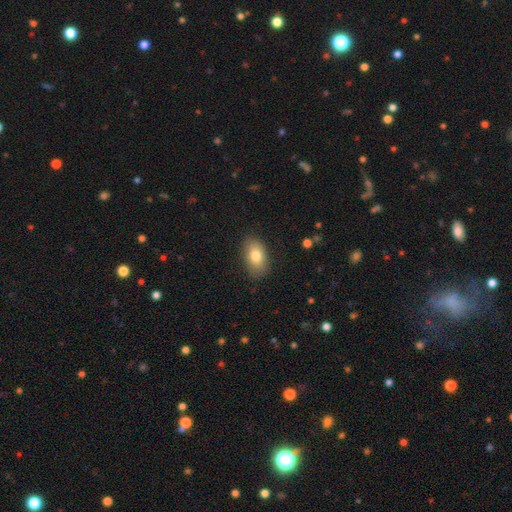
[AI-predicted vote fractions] smooth 79%, featured or disk 13%, star or artifact 7%. Down the decision tree: how rounded — in between (91%); merging — none (83%).